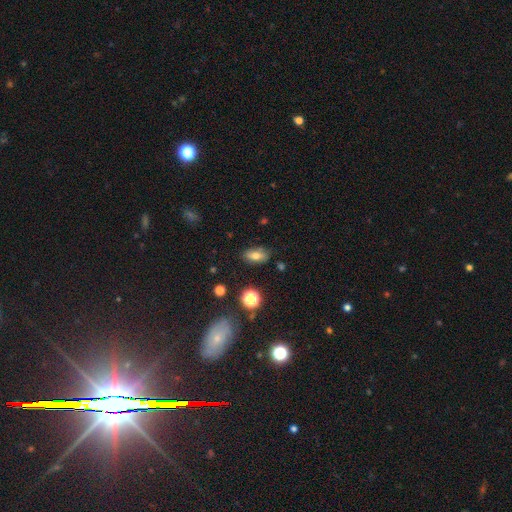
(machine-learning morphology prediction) Overall: smooth (68%). How rounded: in between (82%). Merging: none (83%).